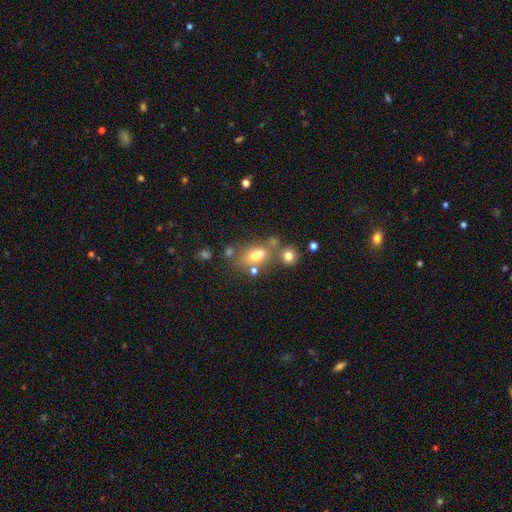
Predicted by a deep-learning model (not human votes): A smooth galaxy with no disk features (60%) that is in between round and cigar-shaped (70%).

Vote fractions:
- Smooth or featured? smooth: 60% / featured or disk: 22% / star or artifact: 18%
- How rounded? in between: 70% / round: 25% / cigar-shaped: 5%
- Merging? none: 44% / merger: 34% / minor disturbance: 13% / major disturbance: 8%